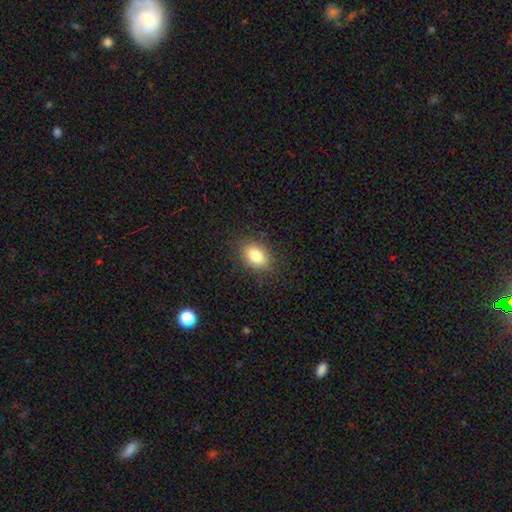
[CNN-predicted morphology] type=smooth (83%); roundness=in between (79%); merging=none (85%).